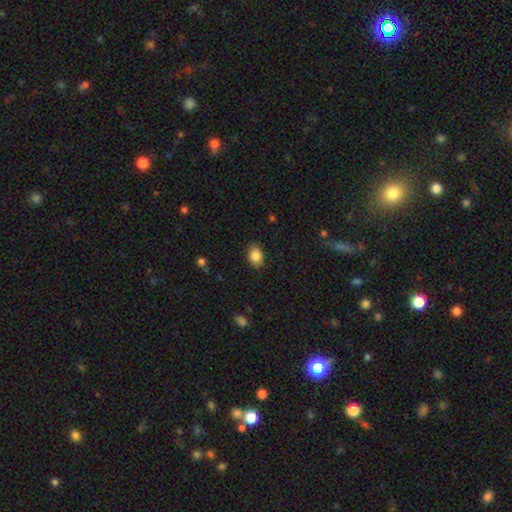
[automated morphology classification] Smooth or featured? smooth (87%)
How rounded? in between (77%)
Merging? none (86%)